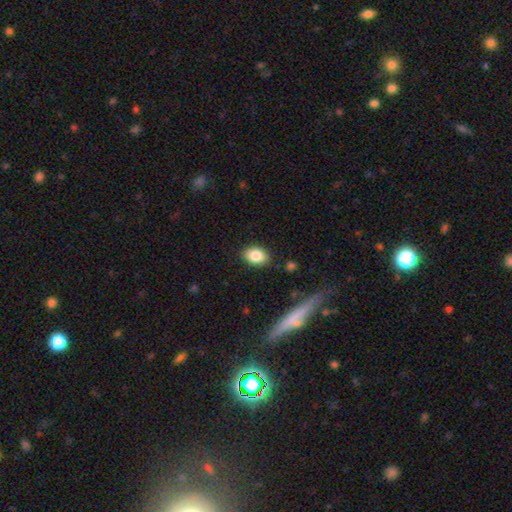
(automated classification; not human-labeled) Smooth or featured? Predicted: smooth (p=0.84). How rounded? Predicted: in between (p=0.80). Merging? Predicted: none (p=0.86).